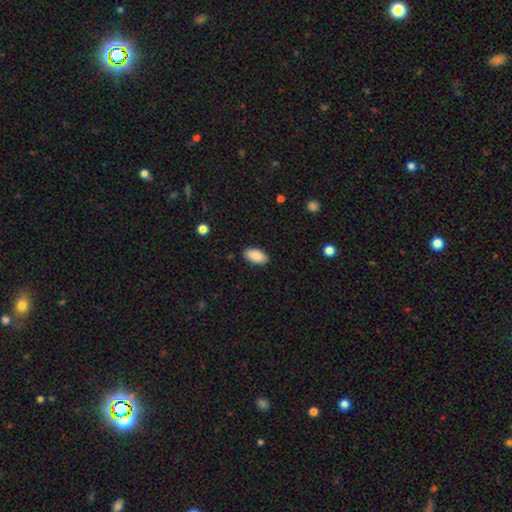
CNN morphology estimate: The model was most divided on "merging": none: 88%, minor disturbance: 9%, major disturbance: 2%, merger: 1%. More confident: how rounded — in between (95%); smooth or featured — smooth (90%).